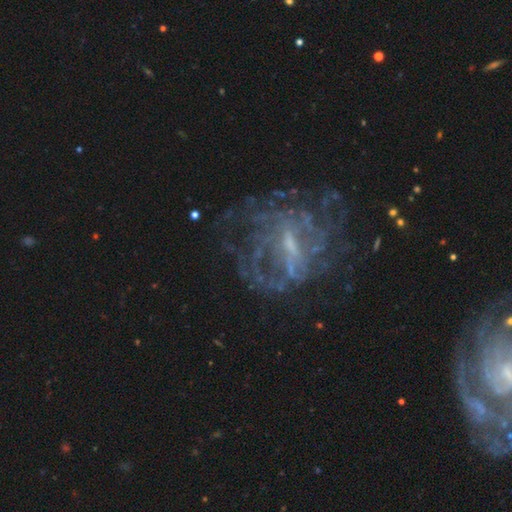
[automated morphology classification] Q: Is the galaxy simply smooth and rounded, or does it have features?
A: featured or disk — 70%.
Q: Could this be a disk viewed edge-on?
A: no — 94%.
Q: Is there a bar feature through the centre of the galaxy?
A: weak — 45%.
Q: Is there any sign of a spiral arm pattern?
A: yes — 64%.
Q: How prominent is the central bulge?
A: small — 58%.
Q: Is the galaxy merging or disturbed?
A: none — 60%.